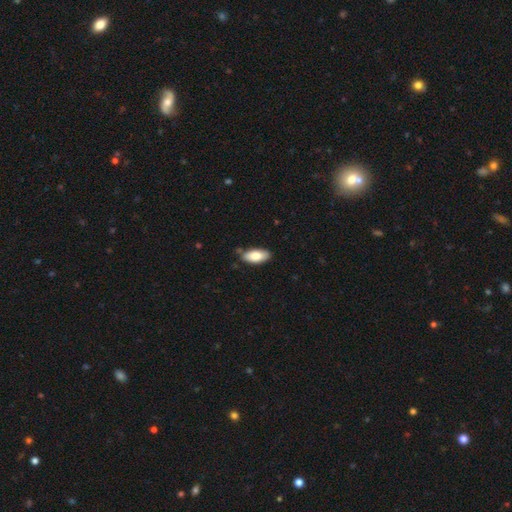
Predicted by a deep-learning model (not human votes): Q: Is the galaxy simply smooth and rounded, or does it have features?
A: smooth — 81%.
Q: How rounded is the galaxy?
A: in between — 90%.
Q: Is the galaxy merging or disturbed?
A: none — 81%.